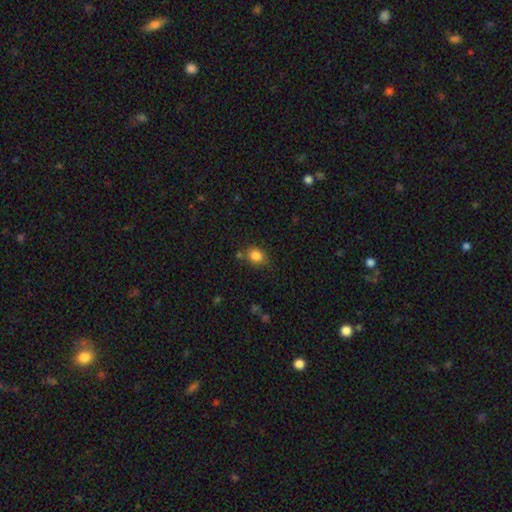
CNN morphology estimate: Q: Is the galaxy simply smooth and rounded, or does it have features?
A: smooth — 84%.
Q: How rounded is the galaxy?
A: round — 50%.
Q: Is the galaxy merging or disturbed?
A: none — 70%.